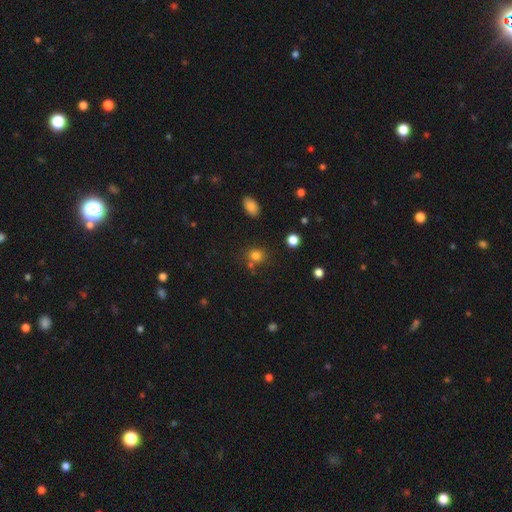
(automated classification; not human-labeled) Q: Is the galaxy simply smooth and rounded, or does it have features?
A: smooth — 77%.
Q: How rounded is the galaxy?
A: round — 74%.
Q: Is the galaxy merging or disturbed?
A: none — 69%.